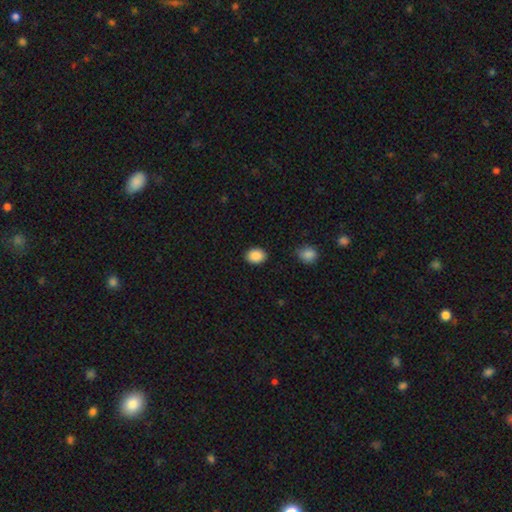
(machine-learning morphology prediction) smooth_or_featured: smooth (p=0.88) [alt: star or artifact p=0.08]
how_rounded: in between (p=0.63) [alt: round p=0.36]
merging: none (p=0.87) [alt: minor disturbance p=0.09]